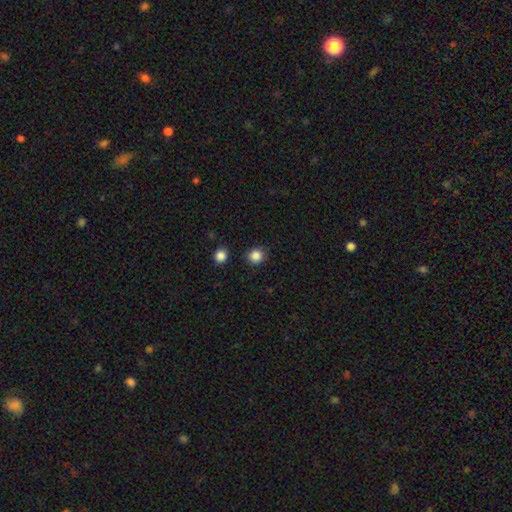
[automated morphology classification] A smooth galaxy with no disk features (86%) that is round (90%).

Vote fractions:
- Smooth or featured? smooth: 86% / star or artifact: 11% / featured or disk: 3%
- How rounded? round: 90% / in between: 9% / cigar-shaped: 1%
- Merging? none: 88% / minor disturbance: 7% / merger: 3% / major disturbance: 2%